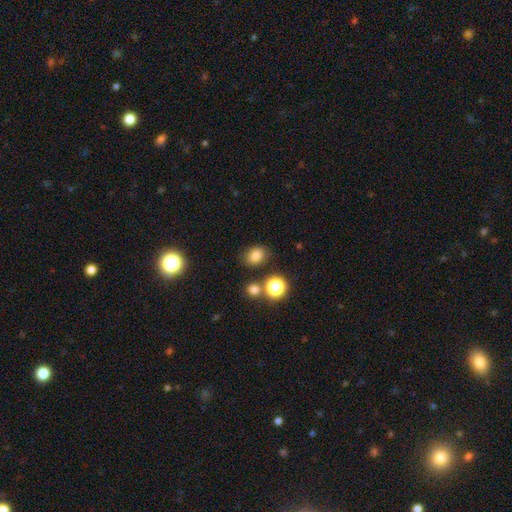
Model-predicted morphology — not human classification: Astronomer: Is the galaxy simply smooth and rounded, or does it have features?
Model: smooth — 79%.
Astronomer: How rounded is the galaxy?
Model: in between — 57% (runner-up: round, 42%).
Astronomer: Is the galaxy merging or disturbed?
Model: none — 77%.